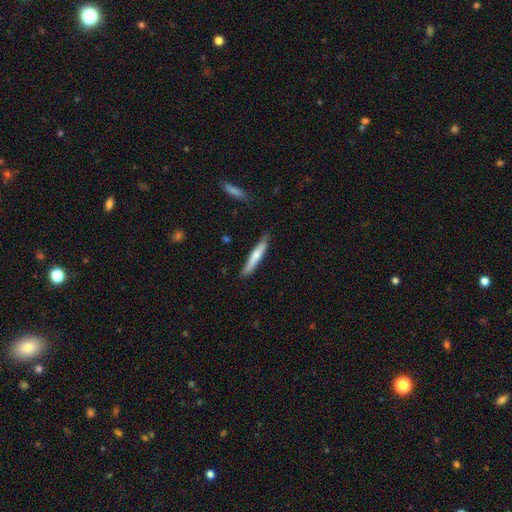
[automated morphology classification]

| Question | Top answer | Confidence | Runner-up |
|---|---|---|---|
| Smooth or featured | smooth | 59% | featured or disk (35%) |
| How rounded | cigar-shaped | 92% | in between (7%) |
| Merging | none | 83% | minor disturbance (13%) |